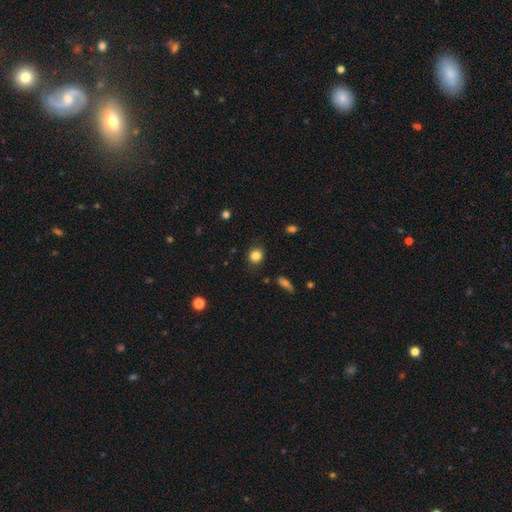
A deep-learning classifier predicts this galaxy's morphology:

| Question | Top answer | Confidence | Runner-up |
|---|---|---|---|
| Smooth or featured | smooth | 84% | star or artifact (10%) |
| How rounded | round | 80% | in between (19%) |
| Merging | none | 85% | minor disturbance (10%) |